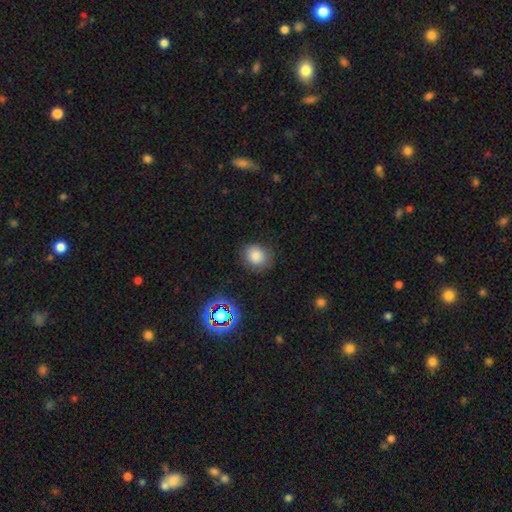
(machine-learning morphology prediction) Smooth or featured?
  - smooth: 81% *
  - star or artifact: 12%
  - featured or disk: 7%
How rounded?
  - round: 70% *
  - in between: 29%
  - cigar-shaped: 1%
Merging?
  - none: 80% *
  - minor disturbance: 14%
  - major disturbance: 4%
  - merger: 1%